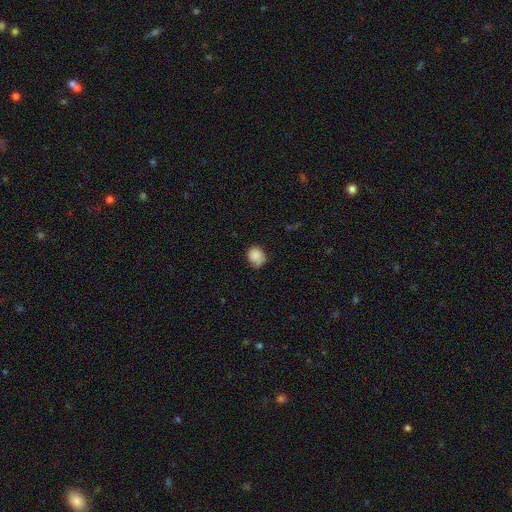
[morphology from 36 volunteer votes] This is clearly a smooth galaxy (89%). How rounded: likely round (75%). Merging: possibly none (54%).